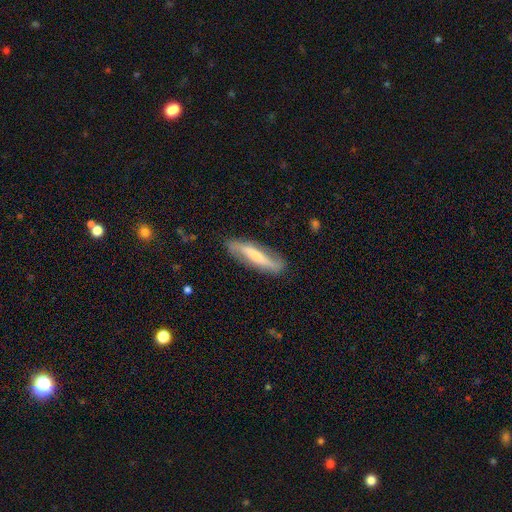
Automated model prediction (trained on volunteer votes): Smooth or featured? featured or disk (59%)
Edge-on disk? no (58%)
Merging? none (81%)